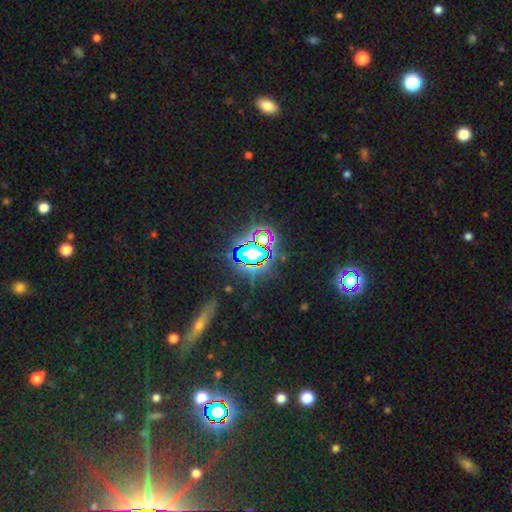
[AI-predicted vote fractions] Overall: star or artifact (76%).